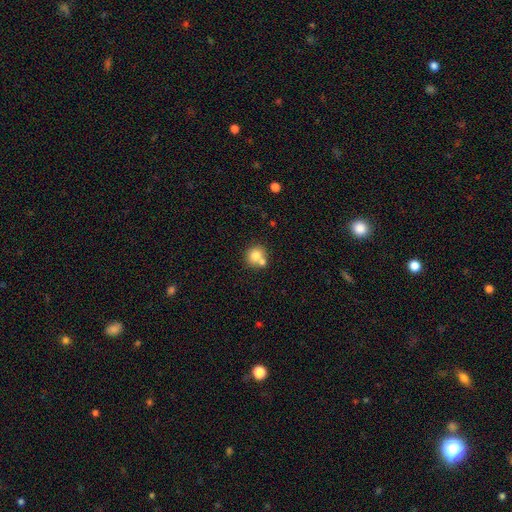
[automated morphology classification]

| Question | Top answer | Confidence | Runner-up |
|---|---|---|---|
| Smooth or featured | smooth | 77% | featured or disk (13%) |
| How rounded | round | 85% | in between (14%) |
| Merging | none | 52% | merger (36%) |